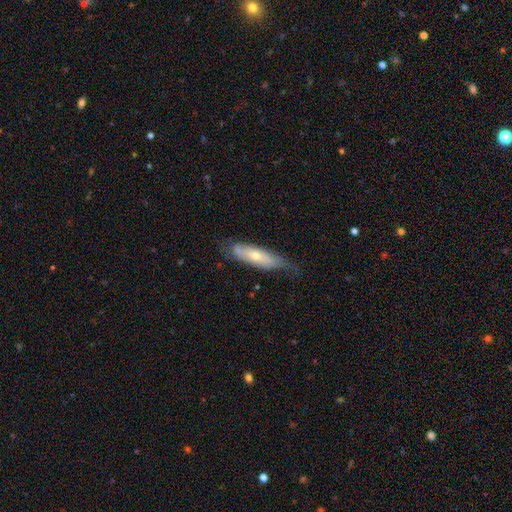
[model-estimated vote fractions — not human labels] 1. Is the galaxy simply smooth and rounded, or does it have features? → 49% featured or disk, 45% smooth, 6% star or artifact.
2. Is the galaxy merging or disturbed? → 54% none, 33% minor disturbance, 11% major disturbance, 2% merger.